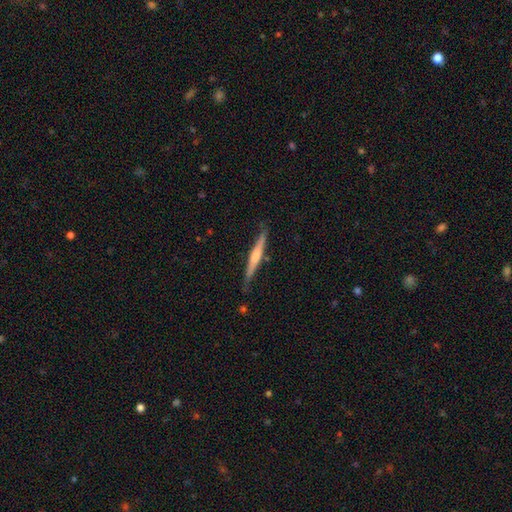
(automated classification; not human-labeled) featured or disk 54%, smooth 40%, star or artifact 5%. Down the decision tree: edge-on disk — yes (97%); edge-on bulge — rounded (50%); merging — none (82%).